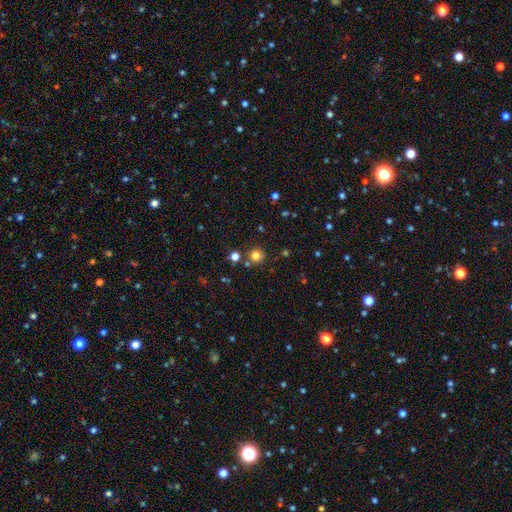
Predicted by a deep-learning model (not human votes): Smooth or featured?
  - smooth: 79% *
  - star or artifact: 16%
  - featured or disk: 5%
How rounded?
  - round: 92% *
  - in between: 7%
  - cigar-shaped: 1%
Merging?
  - none: 81% *
  - merger: 8%
  - minor disturbance: 8%
  - major disturbance: 3%